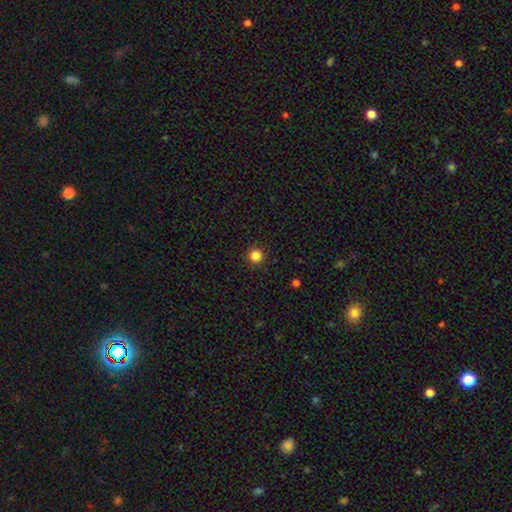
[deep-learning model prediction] Smooth or featured? smooth (84%)
How rounded? round (95%)
Merging? none (93%)